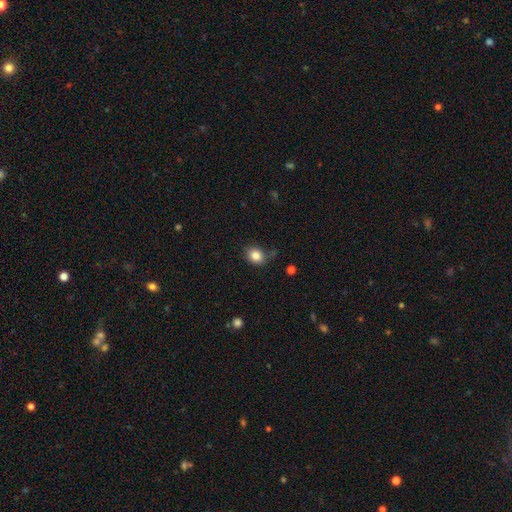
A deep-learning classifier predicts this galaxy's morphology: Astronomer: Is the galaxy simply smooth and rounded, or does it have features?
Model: smooth — 84%.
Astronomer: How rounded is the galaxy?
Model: round — 53% (runner-up: in between, 47%).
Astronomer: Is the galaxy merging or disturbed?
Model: none — 75%.